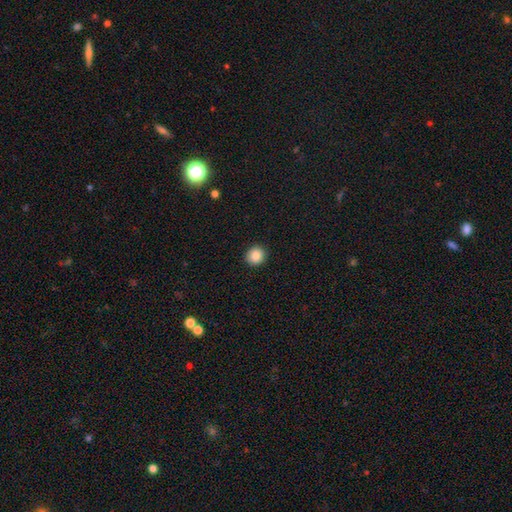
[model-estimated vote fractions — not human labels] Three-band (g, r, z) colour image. It shows a smooth galaxy with no disk features (87%) that is round (85%). Merging: none (91%).